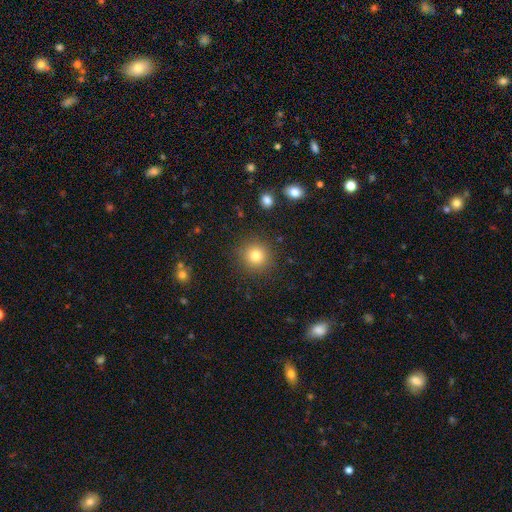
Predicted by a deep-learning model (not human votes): The model was most divided on "smooth or featured": smooth: 80%, star or artifact: 12%, featured or disk: 7%. More confident: how rounded — round (93%); merging — none (89%).